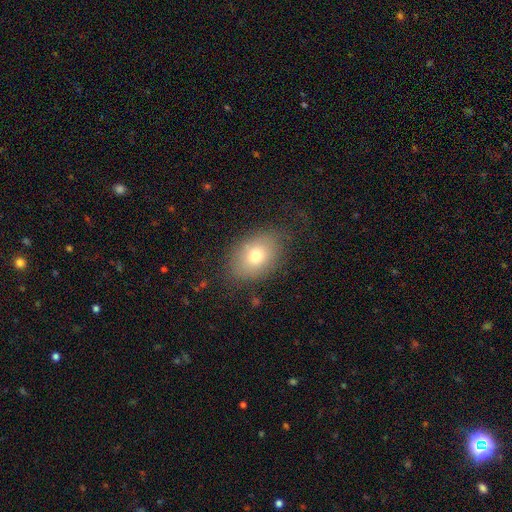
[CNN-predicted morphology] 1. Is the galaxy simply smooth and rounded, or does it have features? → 73% smooth, 16% featured or disk, 10% star or artifact.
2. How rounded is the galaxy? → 77% in between, 22% round, 1% cigar-shaped.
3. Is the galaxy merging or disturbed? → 77% none, 16% minor disturbance, 6% major disturbance, 1% merger.